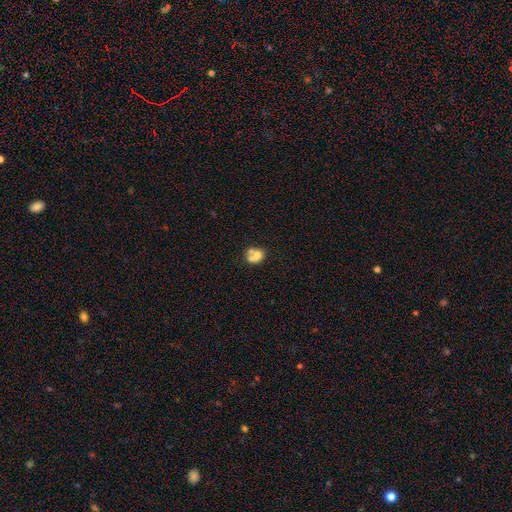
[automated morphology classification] Smooth or featured? smooth (59%)
How rounded? round (55%)
Merging? merger (57%)